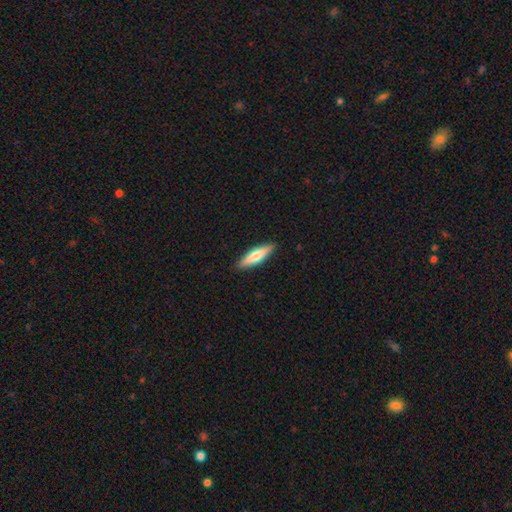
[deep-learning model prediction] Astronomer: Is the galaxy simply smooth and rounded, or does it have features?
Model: smooth — 65%.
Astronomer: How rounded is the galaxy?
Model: cigar-shaped — 68%.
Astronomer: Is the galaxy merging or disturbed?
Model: none — 90%.